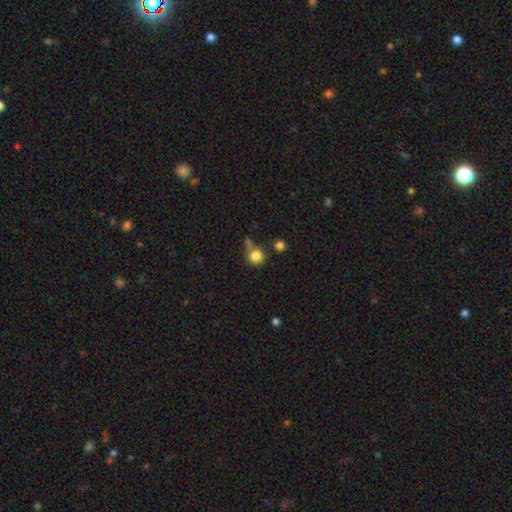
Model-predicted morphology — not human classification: The model was most divided on "merging": none: 61%, merger: 20%, minor disturbance: 13%, major disturbance: 5%. More confident: how rounded — round (88%); smooth or featured — smooth (83%).